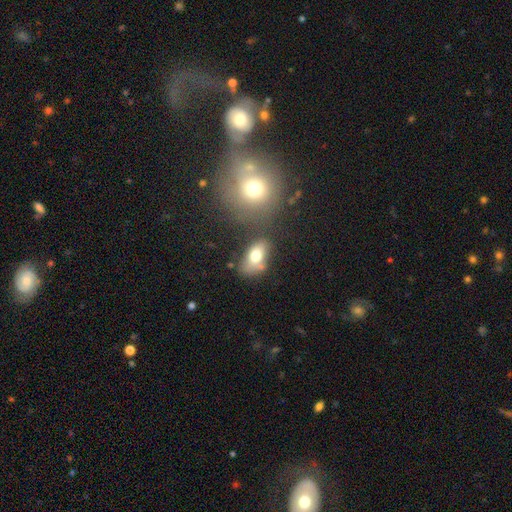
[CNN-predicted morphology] type=smooth (73%); roundness=in between (87%); merging=none (52%).